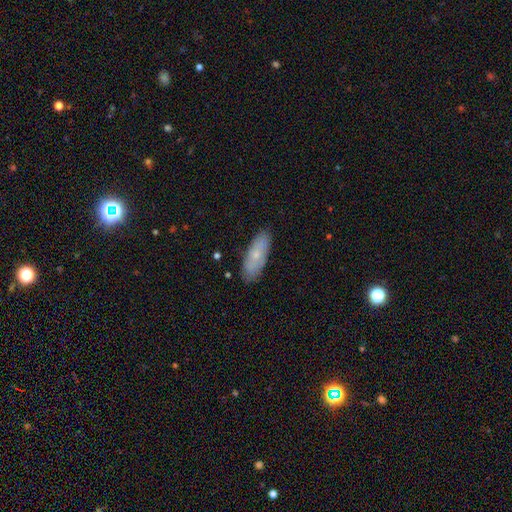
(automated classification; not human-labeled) smooth 67%, featured or disk 27%, star or artifact 6%. Down the decision tree: how rounded — in between (70%); merging — none (83%).